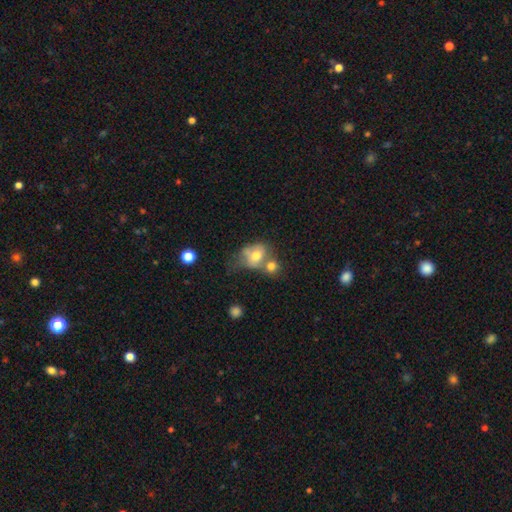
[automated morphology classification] Smooth or featured? Predicted: smooth (p=0.69). How rounded? Predicted: in between (p=0.51). Merging? Predicted: merger (p=0.47).